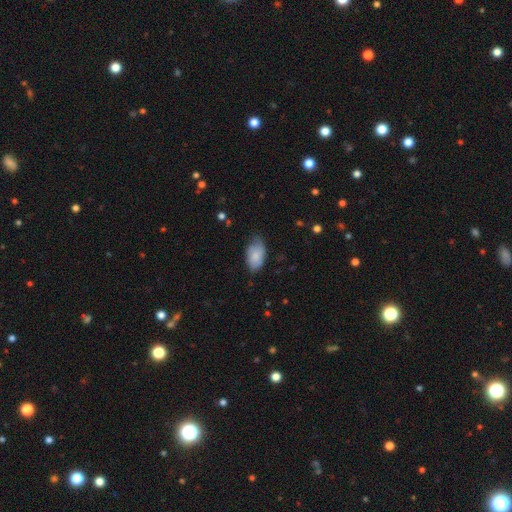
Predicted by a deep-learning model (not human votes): smooth-or-featured: smooth: 78% | featured or disk: 15% | star or artifact: 6%
  how-rounded: in between: 94% | round: 4% | cigar-shaped: 2%
  merging: none: 57% | minor disturbance: 35% | major disturbance: 7% | merger: 1%